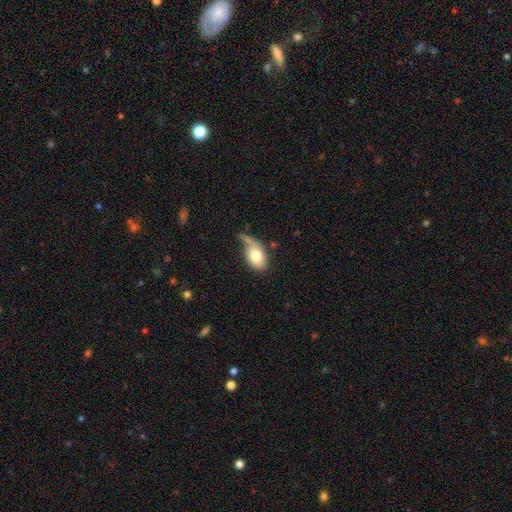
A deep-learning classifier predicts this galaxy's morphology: Smooth or featured? Predicted: smooth (p=0.75). How rounded? Predicted: in between (p=0.87). Merging? Predicted: none (p=0.37).